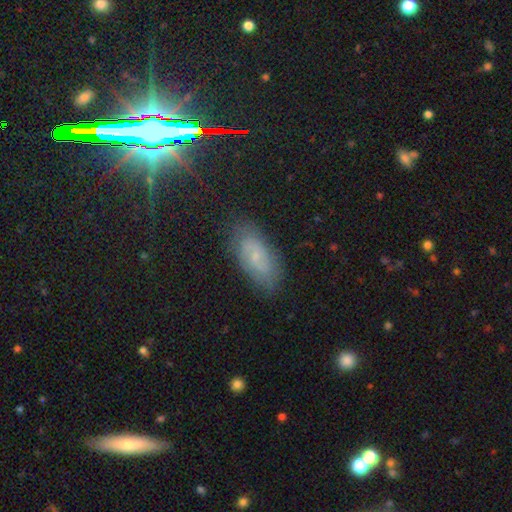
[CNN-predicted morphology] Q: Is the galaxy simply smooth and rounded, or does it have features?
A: featured or disk — 46%.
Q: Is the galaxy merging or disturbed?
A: none — 78%.